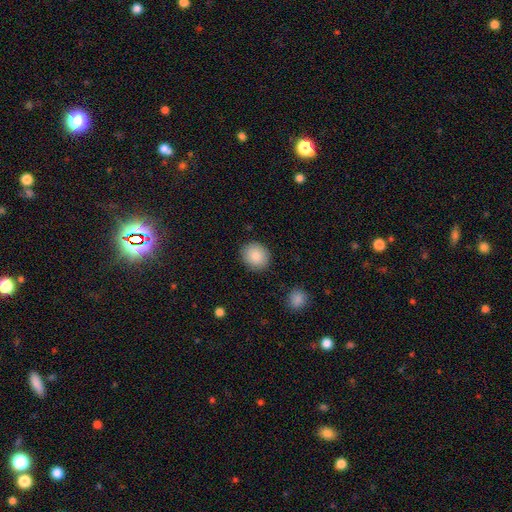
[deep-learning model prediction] The model was most divided on "how rounded": round: 74%, in between: 26%, cigar-shaped: 1%. More confident: merging — none (88%); smooth or featured — smooth (84%).